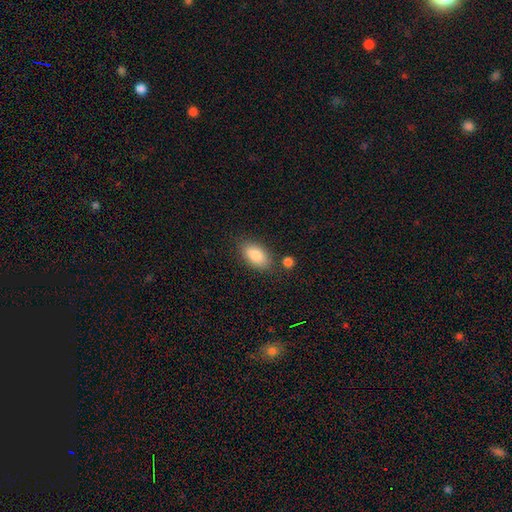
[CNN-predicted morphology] smooth 85%, featured or disk 9%, star or artifact 7%. Down the decision tree: how rounded — in between (92%); merging — none (77%).